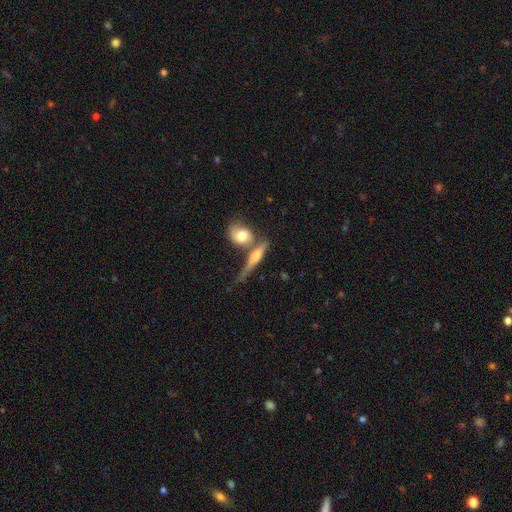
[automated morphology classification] Smooth or featured: featured or disk — 53% (smooth — 39%)
Edge-on disk: yes — 85% (no — 15%)
Merging: none — 46% (merger — 31%)